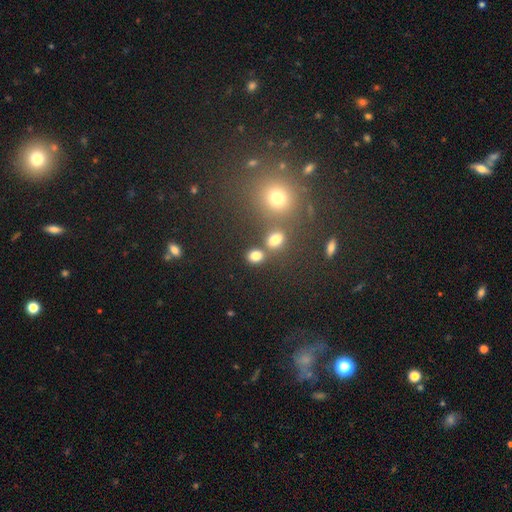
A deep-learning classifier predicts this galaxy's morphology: A smooth galaxy with no disk features (78%) that is round (57%). Merging: none (66%).